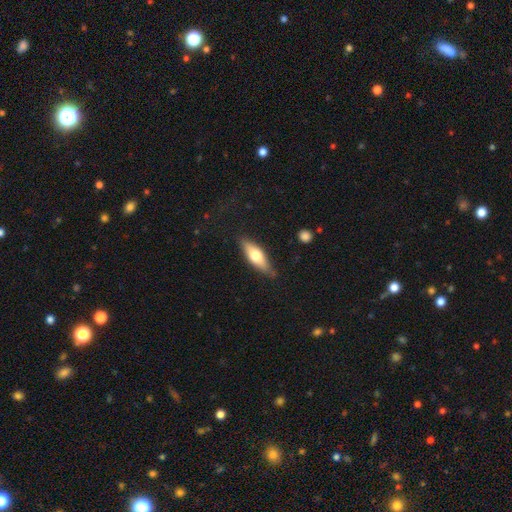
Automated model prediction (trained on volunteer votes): Overall: smooth (57%; featured or disk 37%). How rounded: in between (54%; cigar-shaped 44%). Merging: none (80%).